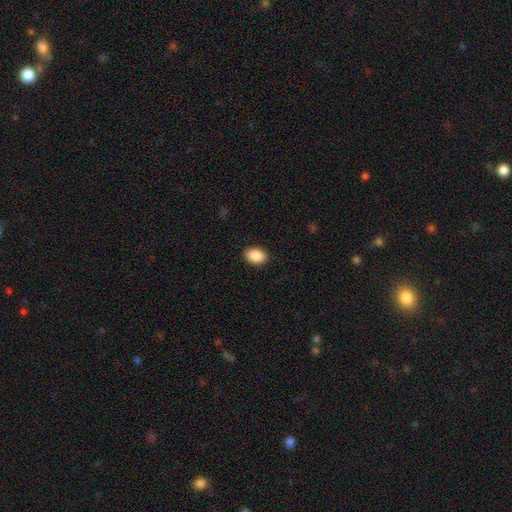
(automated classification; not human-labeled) A smooth galaxy with no disk features (89%) that is in between round and cigar-shaped (83%).

Vote fractions:
- Smooth or featured? smooth: 89% / star or artifact: 7% / featured or disk: 3%
- How rounded? in between: 83% / round: 16% / cigar-shaped: 1%
- Merging? none: 89% / minor disturbance: 8% / major disturbance: 2% / merger: 1%